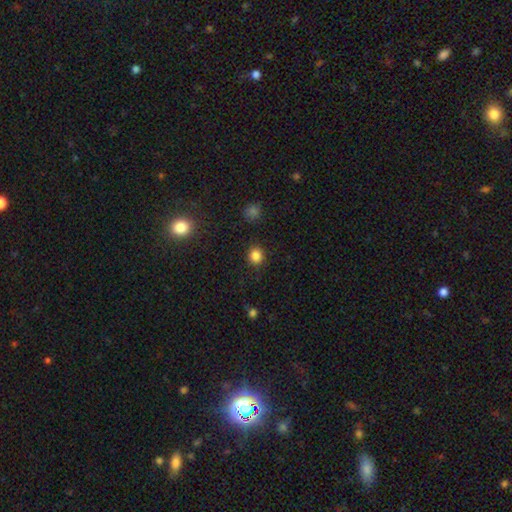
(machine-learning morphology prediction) This appears to be a smooth galaxy with no disk features (84%) that is round (83%). Merging: none (87%).